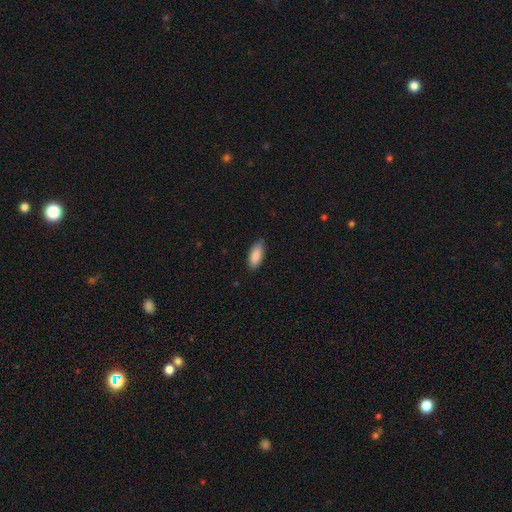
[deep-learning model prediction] This appears to be a smooth galaxy with no disk features (89%) that is in between round and cigar-shaped (85%). Merging: none (85%).